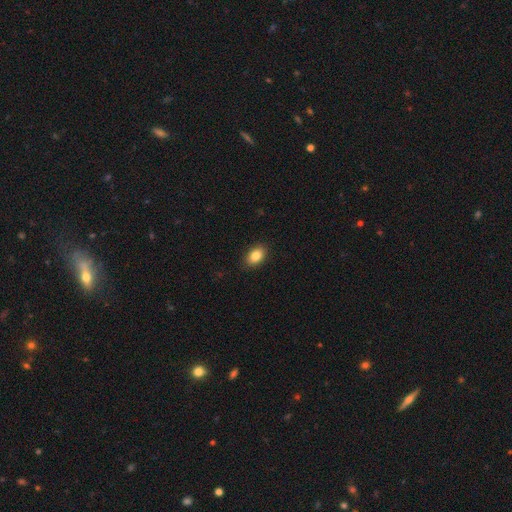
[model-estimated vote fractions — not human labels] The model was most divided on "how rounded": in between: 87%, round: 12%, cigar-shaped: 2%. More confident: merging — none (88%); smooth or featured — smooth (86%).